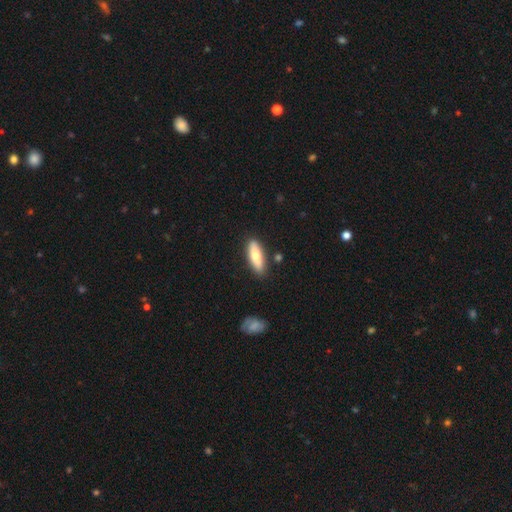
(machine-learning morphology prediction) This is likely a smooth galaxy (72%). How rounded: possibly in between (50%). Merging: clearly none (84%).